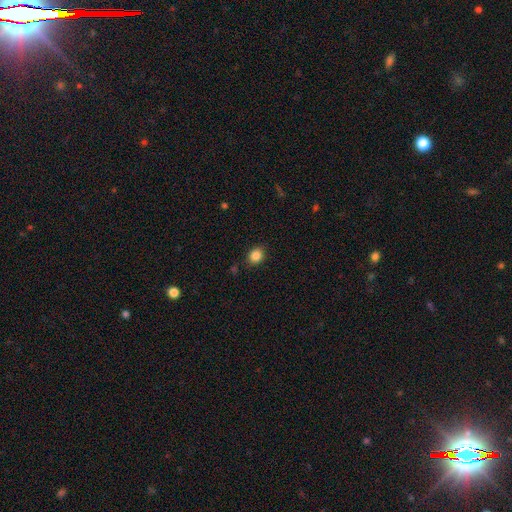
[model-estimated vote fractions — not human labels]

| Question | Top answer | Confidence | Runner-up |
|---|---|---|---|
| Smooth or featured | smooth | 86% | star or artifact (10%) |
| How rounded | round | 49% | tied: in between (49%) |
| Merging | none | 85% | minor disturbance (11%) |